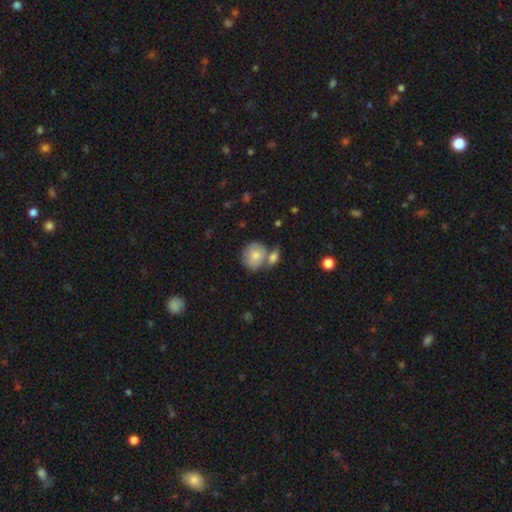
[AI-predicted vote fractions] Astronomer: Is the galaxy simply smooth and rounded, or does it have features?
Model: smooth — 79%.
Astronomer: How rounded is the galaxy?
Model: round — 77%.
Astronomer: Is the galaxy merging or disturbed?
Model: none — 46% (runner-up: merger, 36%).